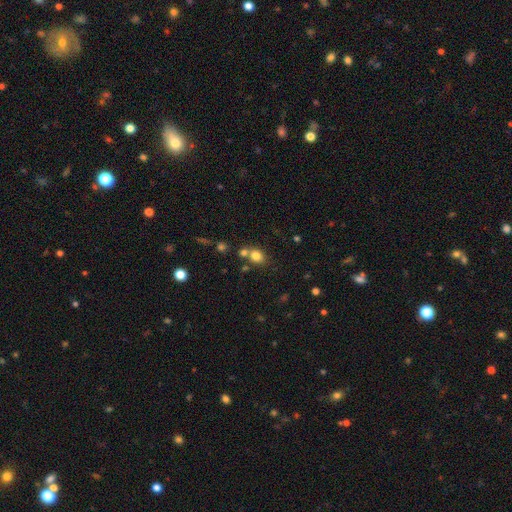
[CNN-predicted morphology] This appears to be a smooth galaxy with no disk features (79%) that is round (54%). Merging: none (55%).